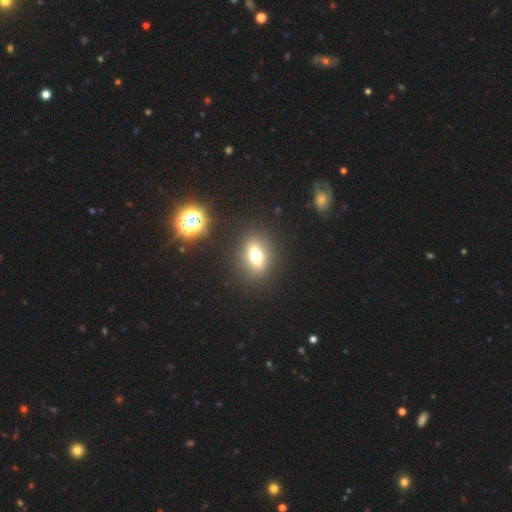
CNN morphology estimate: Smooth or featured: smooth — 56% (featured or disk — 27%)
How rounded: in between — 61% (round — 29%)
Merging: none — 87% (minor disturbance — 8%)